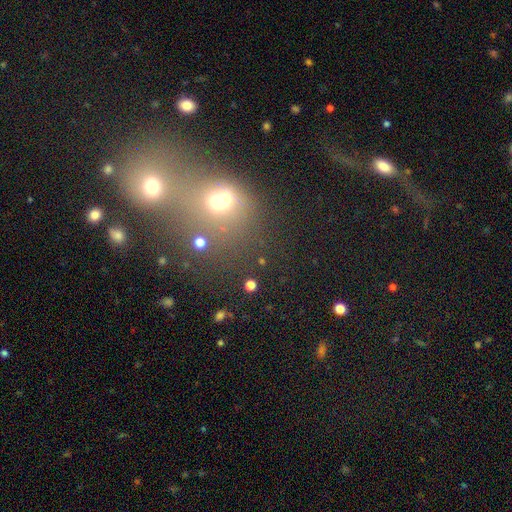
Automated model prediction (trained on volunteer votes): Smooth or featured? Predicted: smooth (p=0.47). Merging? Predicted: merger (p=0.62).